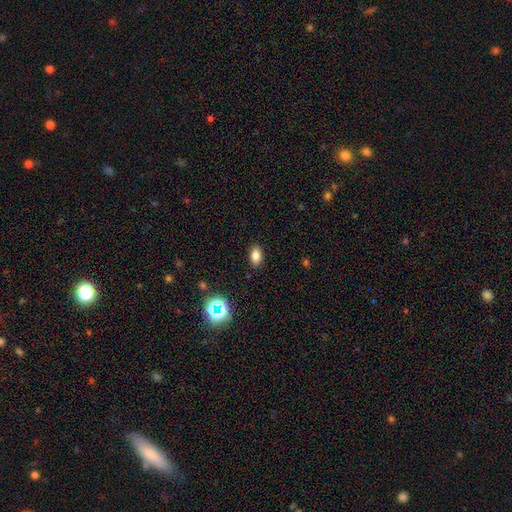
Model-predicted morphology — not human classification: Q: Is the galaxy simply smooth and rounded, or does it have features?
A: smooth — 79%.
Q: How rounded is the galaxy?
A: in between — 88%.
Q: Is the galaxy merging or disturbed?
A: none — 88%.